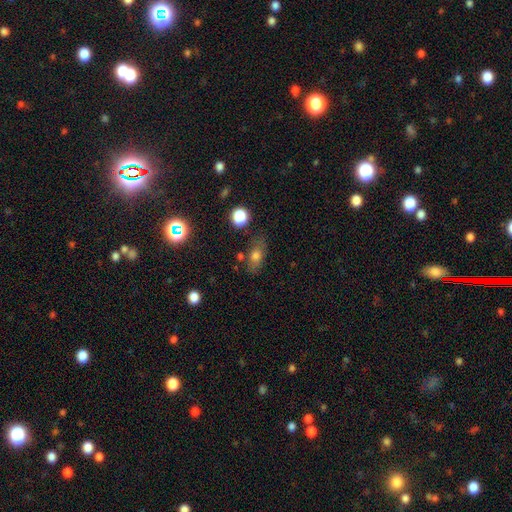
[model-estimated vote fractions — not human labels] This appears to be a smooth galaxy with no disk features (67%) that is in between round and cigar-shaped (76%). Merging: none (73%).